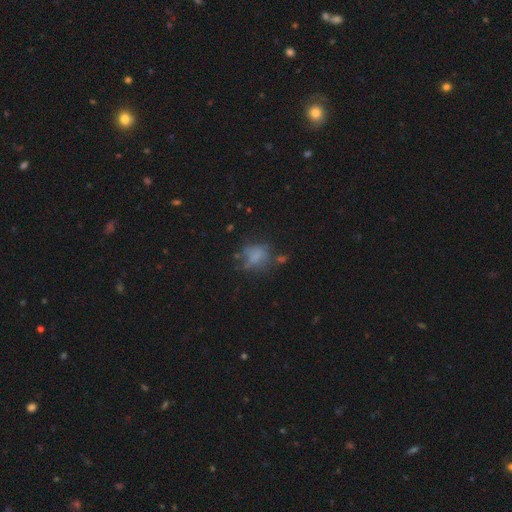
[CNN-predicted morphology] Smooth or featured? smooth (58%)
How rounded? in between (52%)
Merging? none (46%)